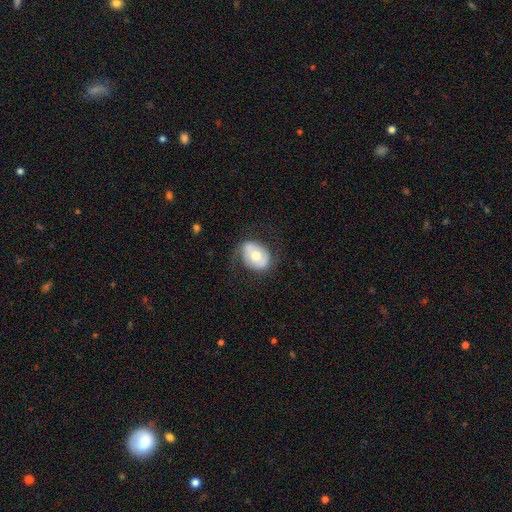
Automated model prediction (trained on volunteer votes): Smooth or featured?
  - smooth: 54% *
  - featured or disk: 39%
  - star or artifact: 7%
How rounded?
  - in between: 66% *
  - round: 33%
  - cigar-shaped: 1%
Merging?
  - none: 66% *
  - minor disturbance: 21%
  - major disturbance: 11%
  - merger: 1%